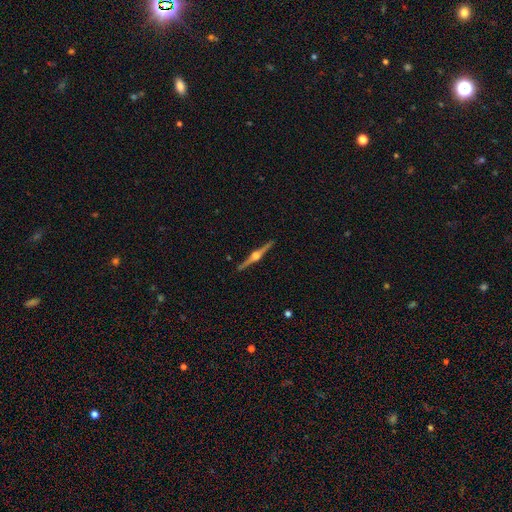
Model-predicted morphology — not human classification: A featured or disk galaxy (88%) viewed edge-on (99%) with a rounded central bulge (95%). Merging: none (92%).